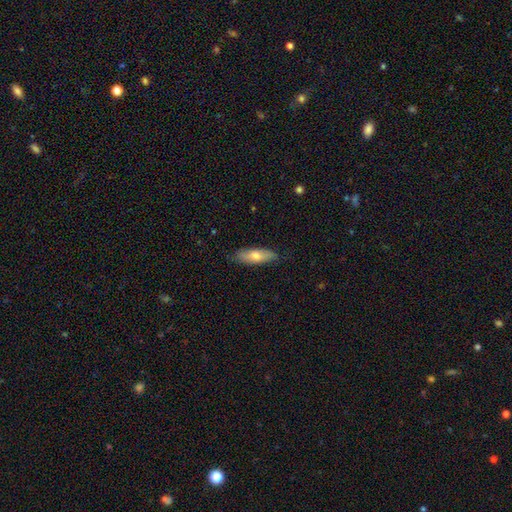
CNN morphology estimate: smooth 69%, featured or disk 26%, star or artifact 6%. Down the decision tree: how rounded — in between (58%); merging — none (81%).